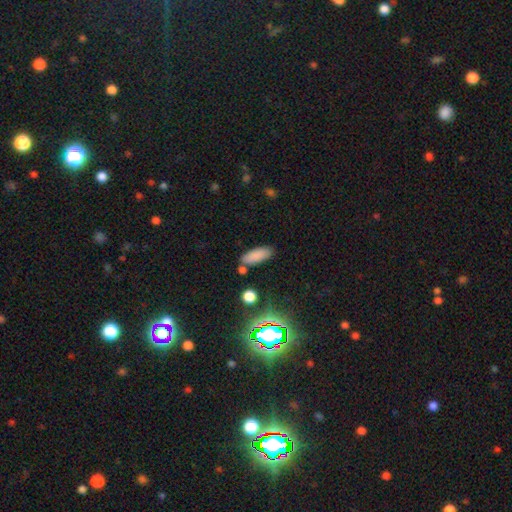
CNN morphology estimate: Overall: smooth (83%). How rounded: in between (71%). Merging: none (78%).